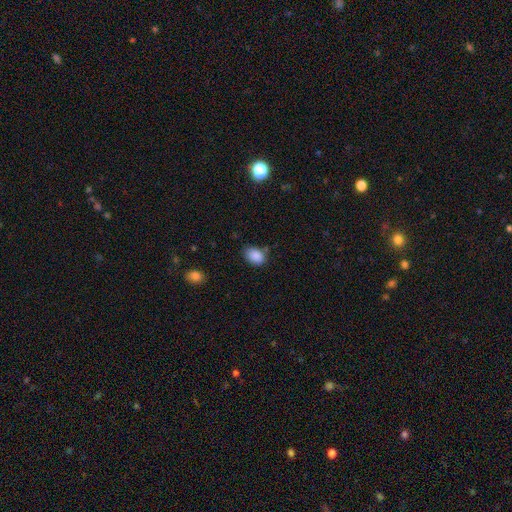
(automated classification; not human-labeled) smooth 88%, star or artifact 8%, featured or disk 4%. Down the decision tree: how rounded — in between (76%); merging — none (73%).